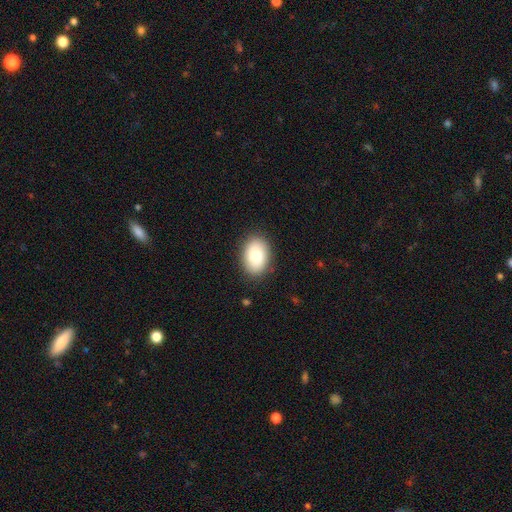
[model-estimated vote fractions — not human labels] This appears to be a smooth galaxy with no disk features (86%) that is in between round and cigar-shaped (85%). Merging: none (87%).